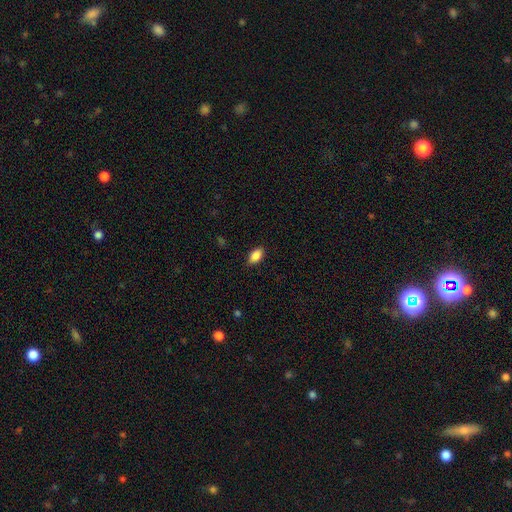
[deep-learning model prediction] smooth-or-featured: smooth: 89% | star or artifact: 7% | featured or disk: 4%
  how-rounded: in between: 92% | round: 6% | cigar-shaped: 2%
  merging: none: 87% | minor disturbance: 10% | major disturbance: 2% | merger: 1%